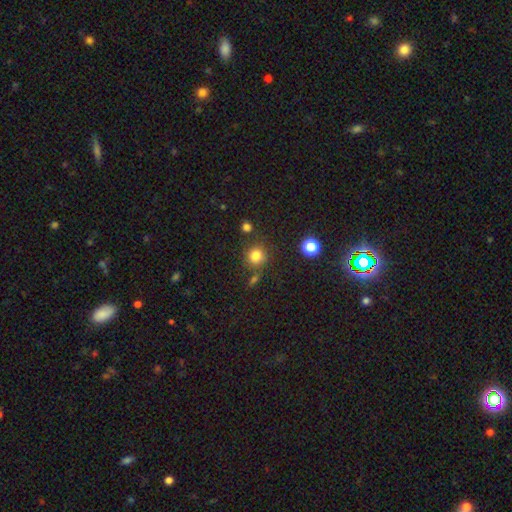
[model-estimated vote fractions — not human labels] Smooth or featured?
  - smooth: 80% *
  - star or artifact: 14%
  - featured or disk: 6%
How rounded?
  - round: 89% *
  - in between: 10%
  - cigar-shaped: 1%
Merging?
  - none: 75% *
  - minor disturbance: 12%
  - merger: 9%
  - major disturbance: 4%